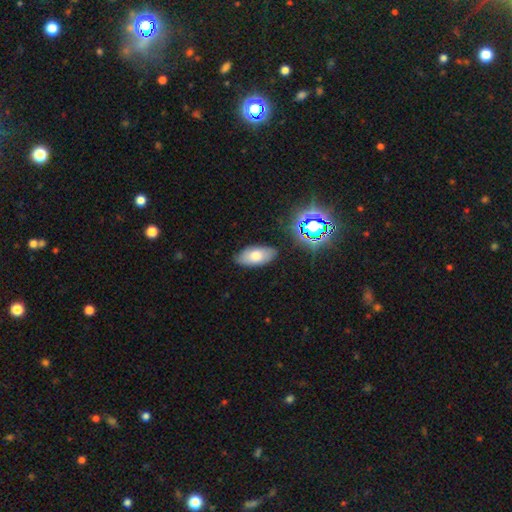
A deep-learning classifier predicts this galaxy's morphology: Overall: smooth (66%). How rounded: in between (91%). Merging: none (84%).